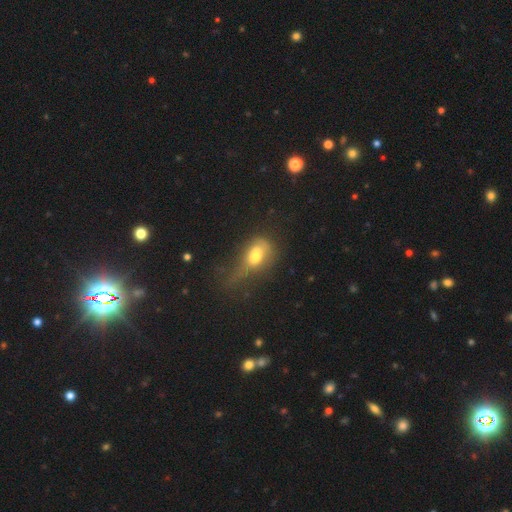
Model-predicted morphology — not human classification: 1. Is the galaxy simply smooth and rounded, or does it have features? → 60% smooth, 28% featured or disk, 12% star or artifact.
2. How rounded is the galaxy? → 76% in between, 17% round, 8% cigar-shaped.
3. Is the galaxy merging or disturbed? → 51% major disturbance, 24% minor disturbance, 18% none, 7% merger.